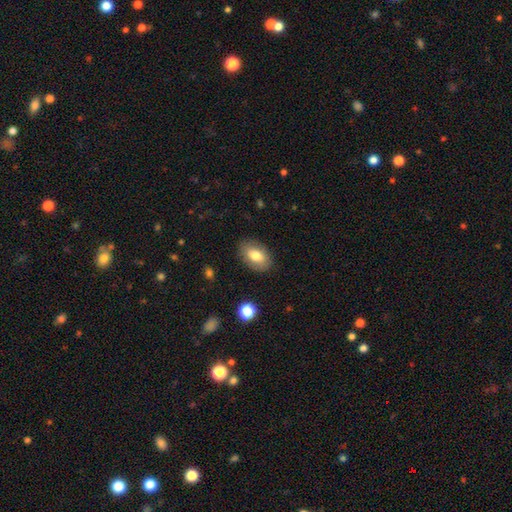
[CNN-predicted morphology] A smooth galaxy with no disk features (76%) that is in between round and cigar-shaped (88%).

Vote fractions:
- Smooth or featured? smooth: 76% / featured or disk: 16% / star or artifact: 8%
- How rounded? in between: 88% / round: 11% / cigar-shaped: 1%
- Merging? none: 85% / minor disturbance: 11% / major disturbance: 3% / merger: 1%